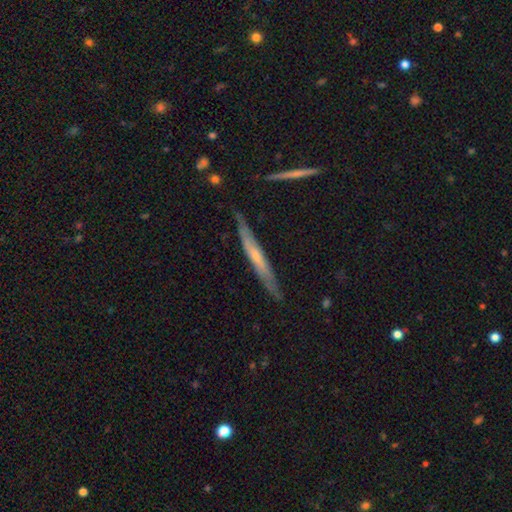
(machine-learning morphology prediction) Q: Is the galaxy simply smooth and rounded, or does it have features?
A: featured or disk — 62%.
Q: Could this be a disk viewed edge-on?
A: yes — 91%.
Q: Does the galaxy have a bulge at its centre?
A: none — 54%.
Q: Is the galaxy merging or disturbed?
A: none — 81%.